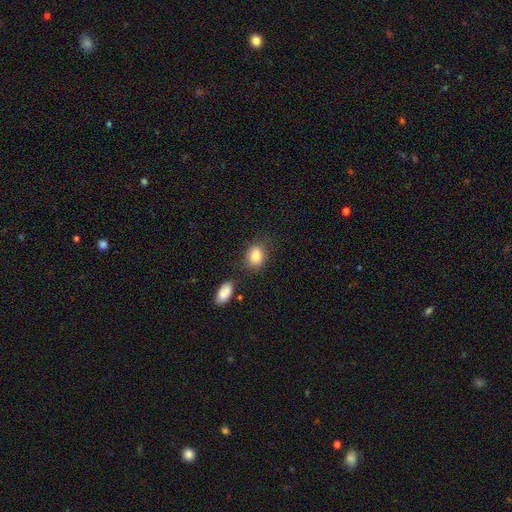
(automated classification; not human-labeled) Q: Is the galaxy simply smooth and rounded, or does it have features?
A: smooth — 85%.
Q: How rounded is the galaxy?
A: in between — 61%.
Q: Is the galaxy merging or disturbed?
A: none — 72%.